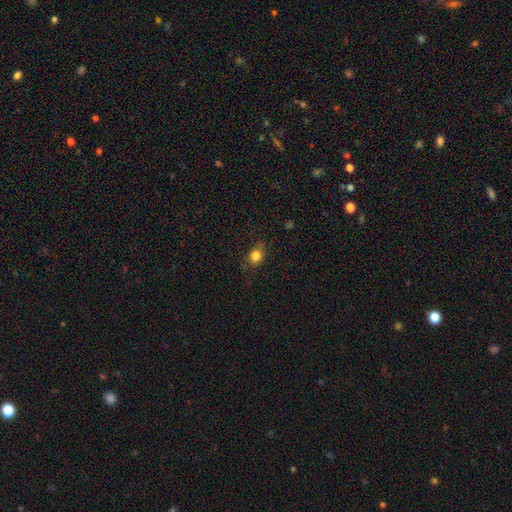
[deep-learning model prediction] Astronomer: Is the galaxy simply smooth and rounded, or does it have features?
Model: smooth — 83%.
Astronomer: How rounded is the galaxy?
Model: round — 52% (runner-up: in between, 47%).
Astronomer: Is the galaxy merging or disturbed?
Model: none — 77%.